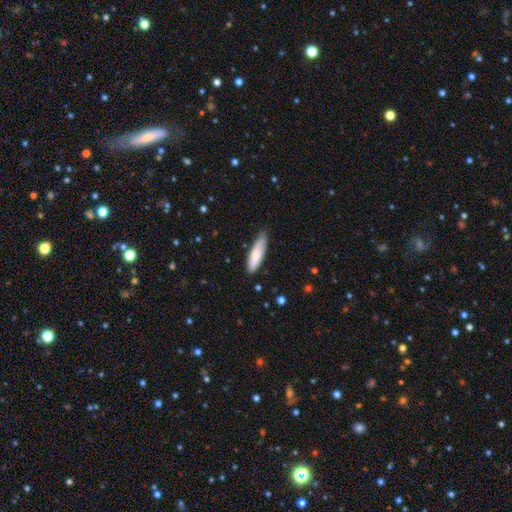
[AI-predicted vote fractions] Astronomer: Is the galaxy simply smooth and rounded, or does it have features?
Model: smooth — 78%.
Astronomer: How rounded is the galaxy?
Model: cigar-shaped — 60% (runner-up: in between, 38%).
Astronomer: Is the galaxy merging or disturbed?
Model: none — 74%.